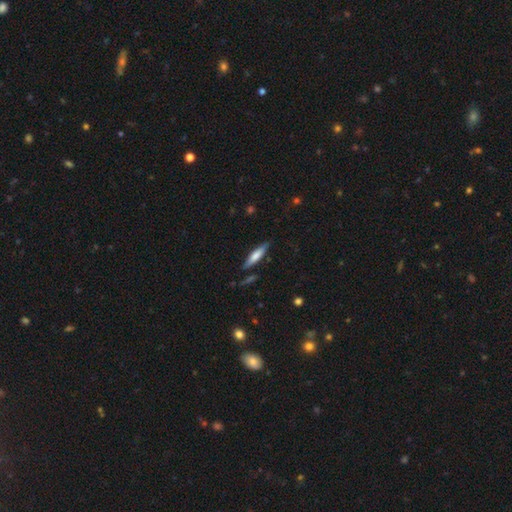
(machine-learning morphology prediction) smooth_or_featured: smooth (p=0.58) [alt: featured or disk p=0.36]
how_rounded: cigar-shaped (p=0.77) [alt: in between p=0.22]
merging: none (p=0.81) [alt: minor disturbance p=0.13]